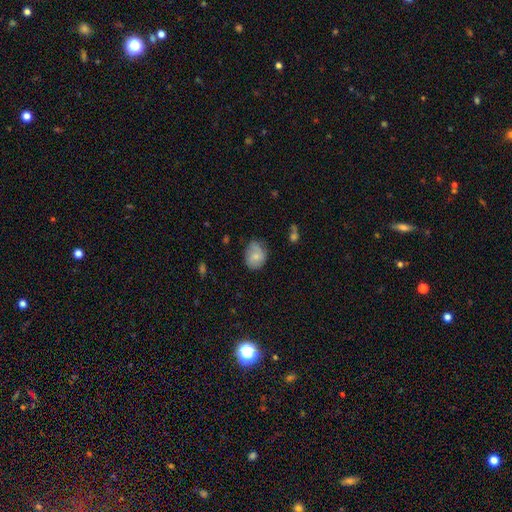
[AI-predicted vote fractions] Morphology: type=smooth (67%); roundness=round (51%); merging=none (63%).